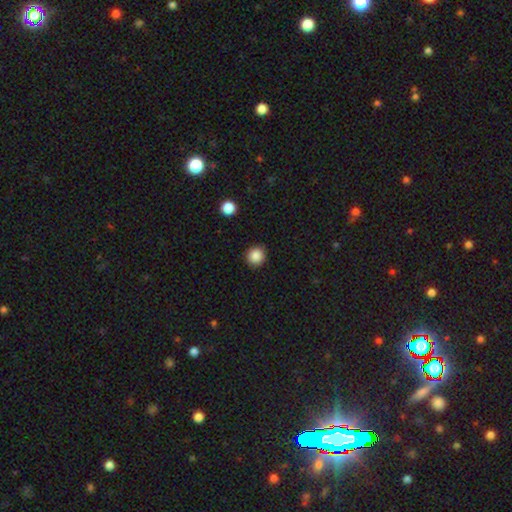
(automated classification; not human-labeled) Overall: smooth (87%). How rounded: round (91%). Merging: none (91%).